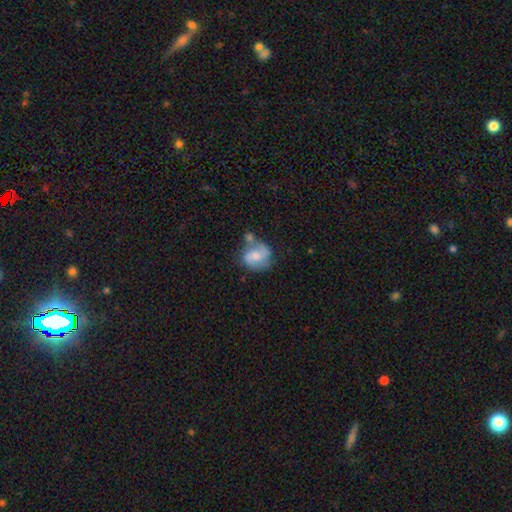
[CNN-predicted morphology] Smooth or featured? featured or disk (50%)
Merging? none (44%)